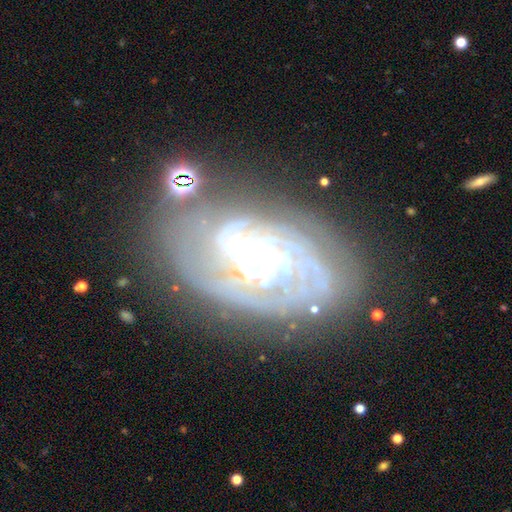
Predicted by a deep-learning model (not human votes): smooth_or_featured: featured or disk (p=0.80) [alt: smooth p=0.10]
disk_edge_on: no (p=0.95) [alt: yes p=0.05]
bar: no (p=0.46) [alt: weak p=0.33]
has_spiral_arms: yes (p=0.86) [alt: no p=0.14]
spiral_winding: tight (p=0.69) [alt: medium p=0.24]
spiral_arm_count: can't tell (p=0.42) [alt: 2 p=0.17]
bulge_size: moderate (p=0.29) [tied with: small p=0.29]
merging: none (p=0.61) [alt: minor disturbance p=0.20]